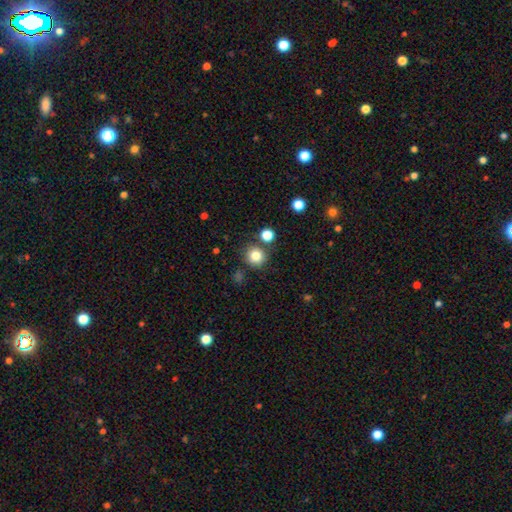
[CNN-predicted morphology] A smooth galaxy with no disk features (82%) that is round (92%). Merging: none (81%).